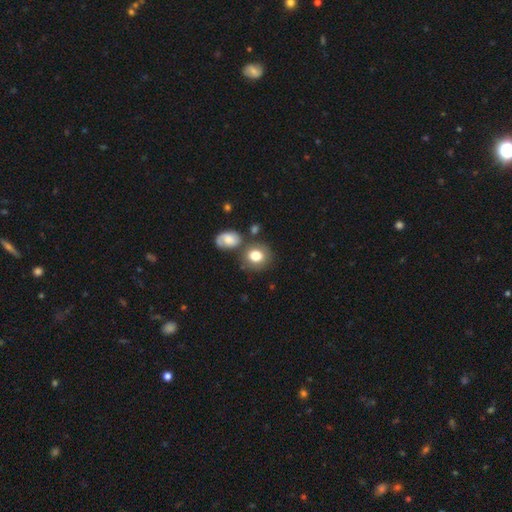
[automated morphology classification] A smooth galaxy with no disk features (76%) that is round (68%). Merging: none (63%).